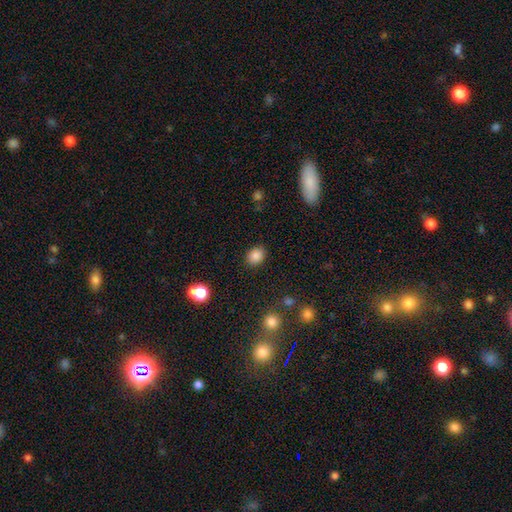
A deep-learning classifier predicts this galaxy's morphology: Smooth or featured? Predicted: smooth (p=0.86). How rounded? Predicted: in between (p=0.52). Merging? Predicted: none (p=0.85).